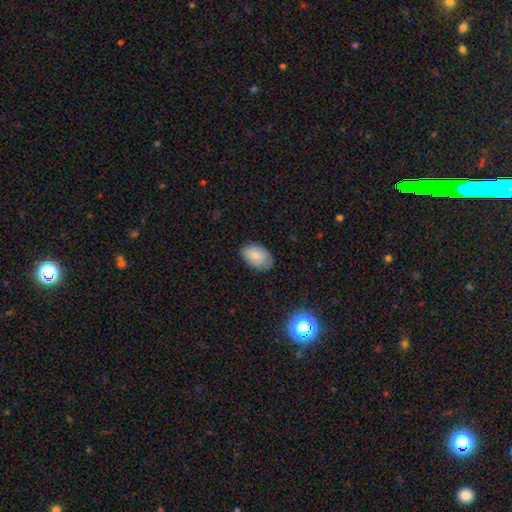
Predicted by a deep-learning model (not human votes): A smooth galaxy with no disk features (83%) that is in between round and cigar-shaped (89%).

Vote fractions:
- Smooth or featured? smooth: 83% / featured or disk: 10% / star or artifact: 8%
- How rounded? in between: 89% / round: 10% / cigar-shaped: 1%
- Merging? none: 79% / minor disturbance: 17% / major disturbance: 3% / merger: 1%